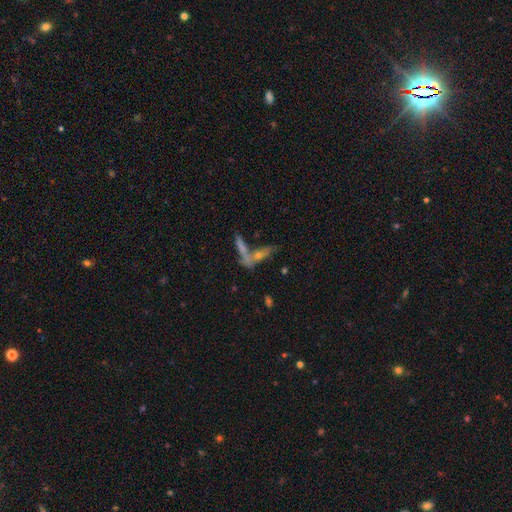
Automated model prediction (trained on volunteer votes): The model was most divided on "smooth or featured": featured or disk: 43%, smooth: 42%, star or artifact: 15%. Remaining: merging — merger (43%).